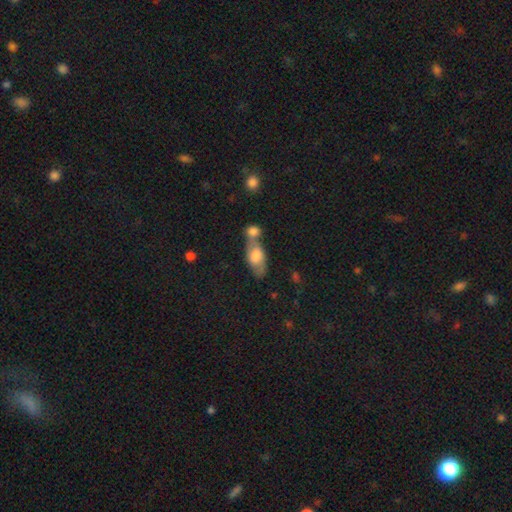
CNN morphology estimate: Smooth or featured: smooth — 65% (featured or disk — 27%)
How rounded: in between — 81% (round — 10%)
Merging: merger — 50% (none — 32%)